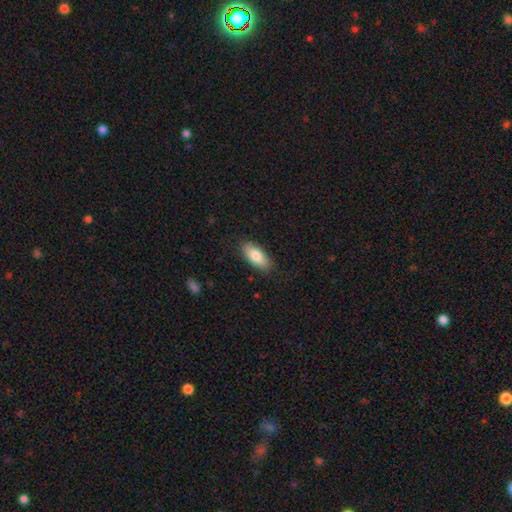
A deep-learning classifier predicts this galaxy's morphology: Smooth or featured? smooth (82%)
How rounded? in between (85%)
Merging? none (86%)